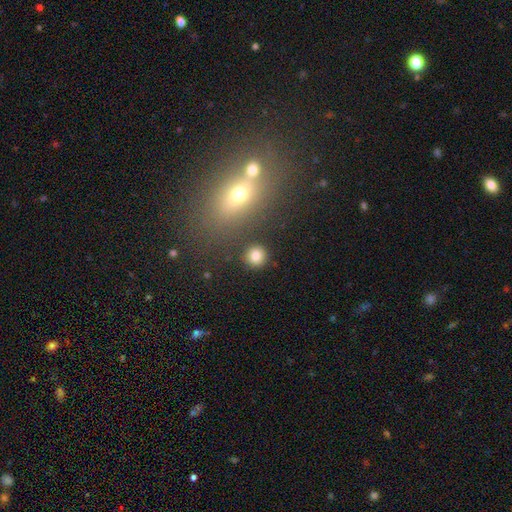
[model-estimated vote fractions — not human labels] Overall: smooth (82%). How rounded: round (92%). Merging: none (87%).